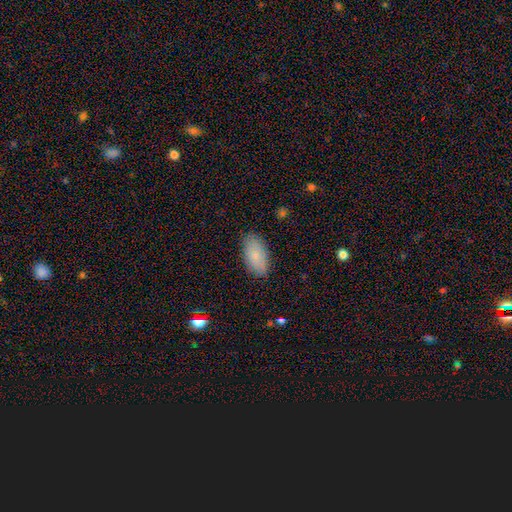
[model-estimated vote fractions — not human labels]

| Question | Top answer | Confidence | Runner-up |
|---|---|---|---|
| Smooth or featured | smooth | 83% | featured or disk (11%) |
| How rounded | in between | 93% | cigar-shaped (4%) |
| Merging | none | 85% | minor disturbance (12%) |